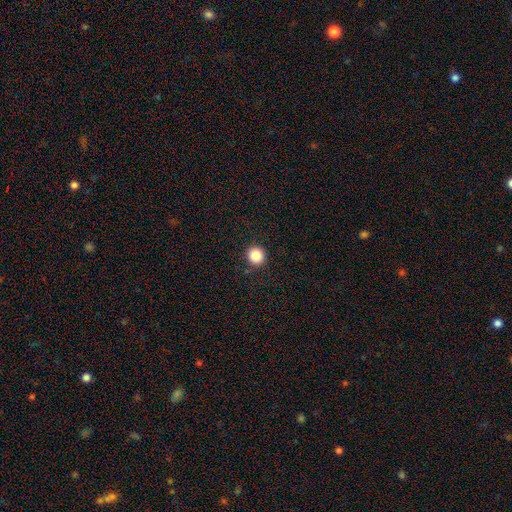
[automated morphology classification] A smooth galaxy with no disk features (86%) that is round (93%). Merging: none (92%).